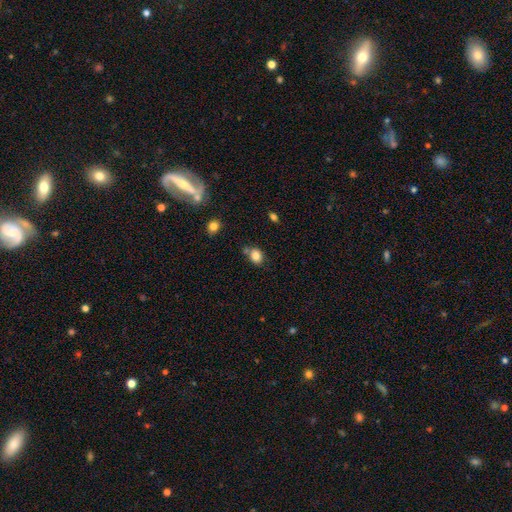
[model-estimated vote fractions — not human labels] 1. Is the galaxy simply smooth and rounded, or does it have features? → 83% smooth, 10% star or artifact, 7% featured or disk.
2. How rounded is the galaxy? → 50% round, 49% in between, 1% cigar-shaped.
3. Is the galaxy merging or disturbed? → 67% none, 17% minor disturbance, 13% merger, 4% major disturbance.